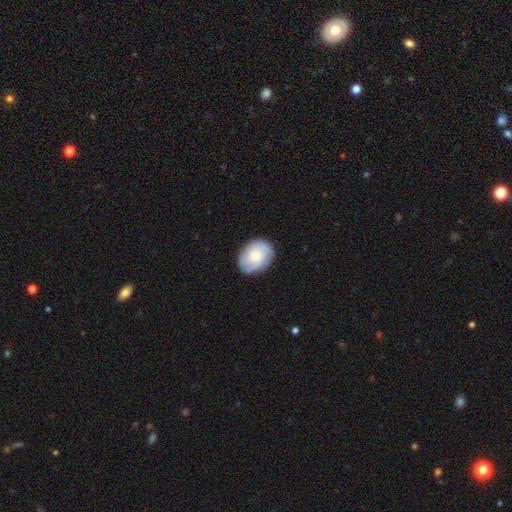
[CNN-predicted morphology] smooth_or_featured: smooth (p=0.51) [alt: featured or disk p=0.43]
how_rounded: in between (p=0.60) [alt: round p=0.39]
merging: none (p=0.81) [alt: minor disturbance p=0.14]